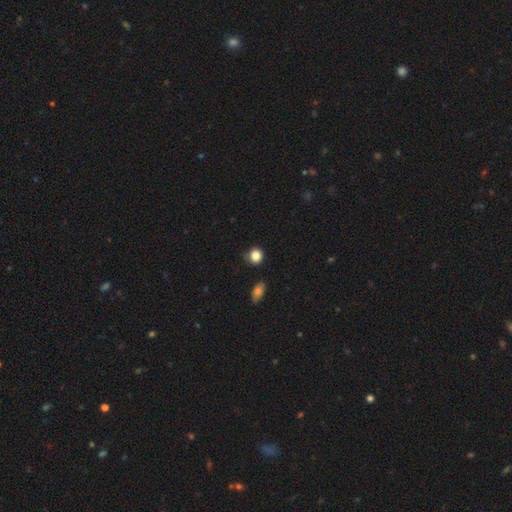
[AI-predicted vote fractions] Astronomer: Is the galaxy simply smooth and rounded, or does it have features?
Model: smooth — 85%.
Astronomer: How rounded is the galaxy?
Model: round — 84%.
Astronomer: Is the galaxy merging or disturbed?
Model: none — 78%.